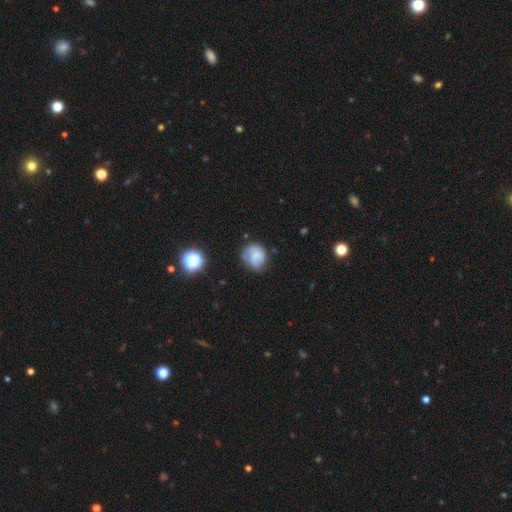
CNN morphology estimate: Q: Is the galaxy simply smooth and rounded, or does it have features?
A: smooth — 59%.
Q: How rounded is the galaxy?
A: round — 73%.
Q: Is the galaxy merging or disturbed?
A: none — 54%.